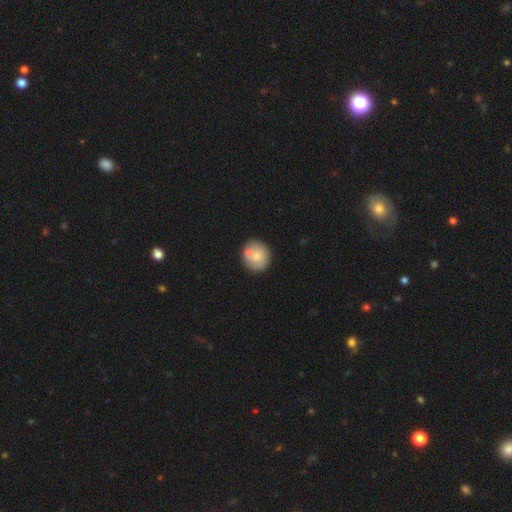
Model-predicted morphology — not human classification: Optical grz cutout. It shows a smooth galaxy with no disk features (72%) that is round (87%). Merging: none (69%).